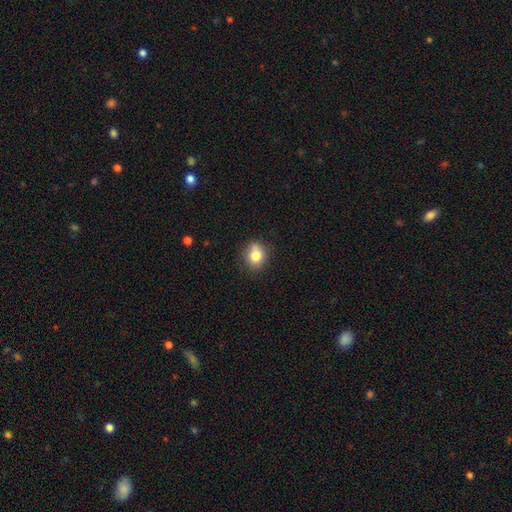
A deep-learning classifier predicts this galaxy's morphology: Smooth or featured? Predicted: smooth (p=0.80). How rounded? Predicted: round (p=0.60). Merging? Predicted: none (p=0.74).